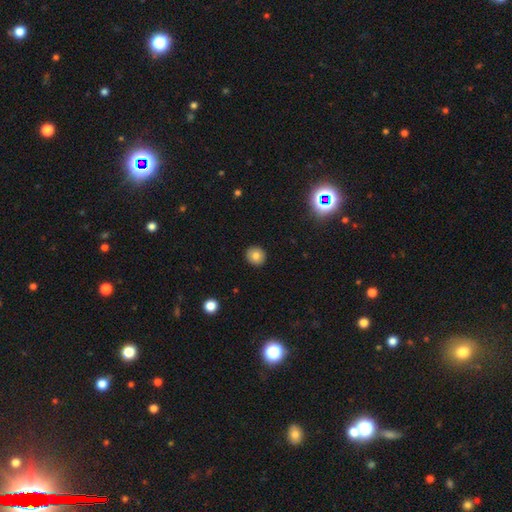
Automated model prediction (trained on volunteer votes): The model was most divided on "smooth or featured": smooth: 79%, featured or disk: 11%, star or artifact: 10%. More confident: merging — none (92%); how rounded — round (90%).